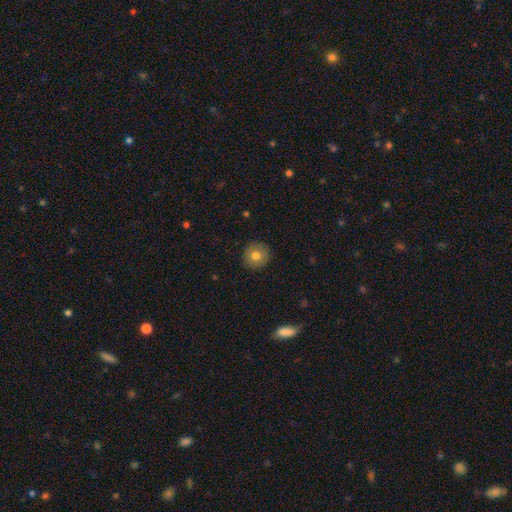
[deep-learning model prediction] The model was most divided on "smooth or featured": smooth: 78%, featured or disk: 12%, star or artifact: 10%. More confident: how rounded — round (93%); merging — none (90%).